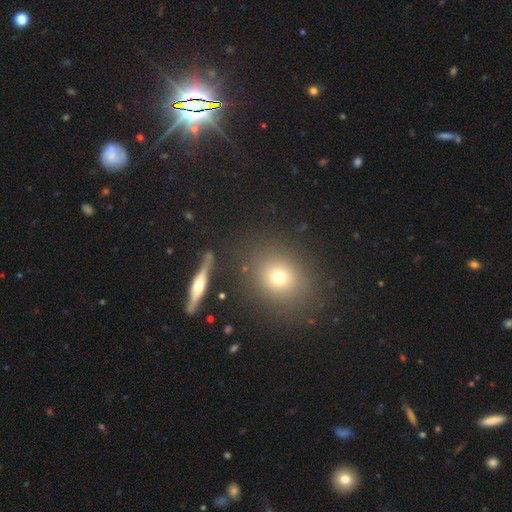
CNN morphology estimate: Smooth or featured? Predicted: smooth (p=0.49). Merging? Predicted: none (p=0.85).